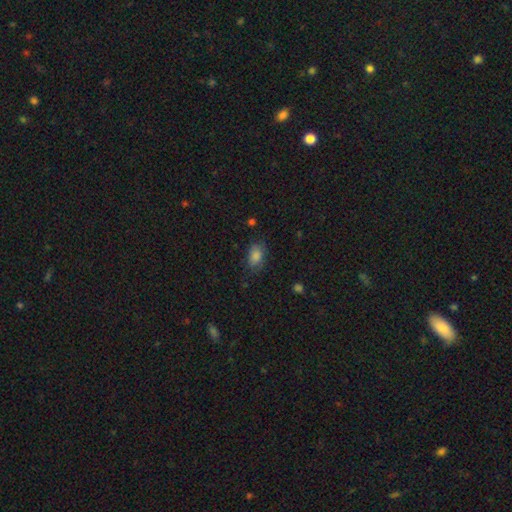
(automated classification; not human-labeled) smooth-or-featured: smooth: 82% | star or artifact: 12% | featured or disk: 7%
  how-rounded: in between: 85% | round: 13% | cigar-shaped: 2%
  merging: none: 75% | minor disturbance: 18% | major disturbance: 5% | merger: 2%